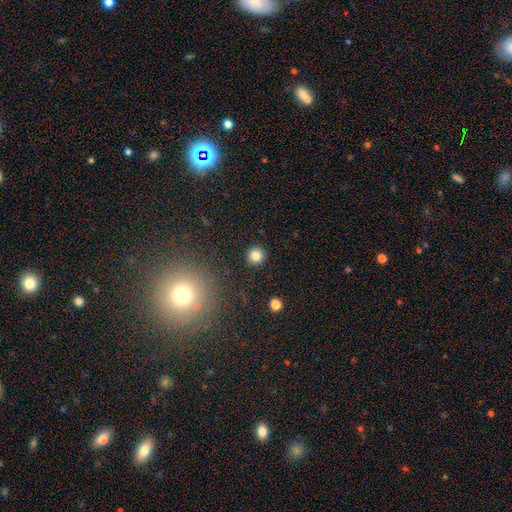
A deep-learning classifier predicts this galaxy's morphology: Smooth or featured?
  - smooth: 82% *
  - star or artifact: 12%
  - featured or disk: 6%
How rounded?
  - round: 95% *
  - in between: 4%
  - cigar-shaped: 1%
Merging?
  - none: 92% *
  - minor disturbance: 5%
  - major disturbance: 2%
  - merger: 1%